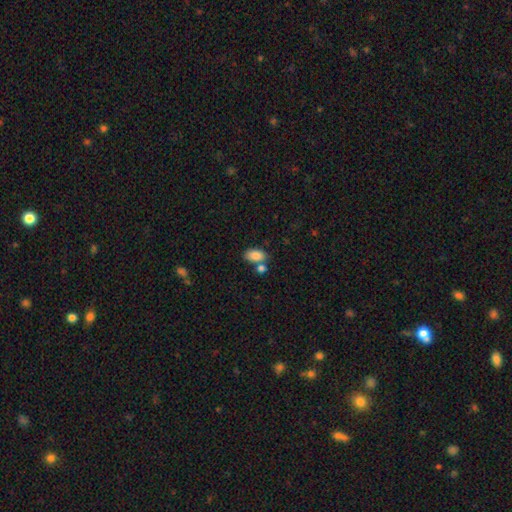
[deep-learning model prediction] This is clearly a smooth galaxy (86%). How rounded: clearly in between (91%). Merging: possibly none (59%).